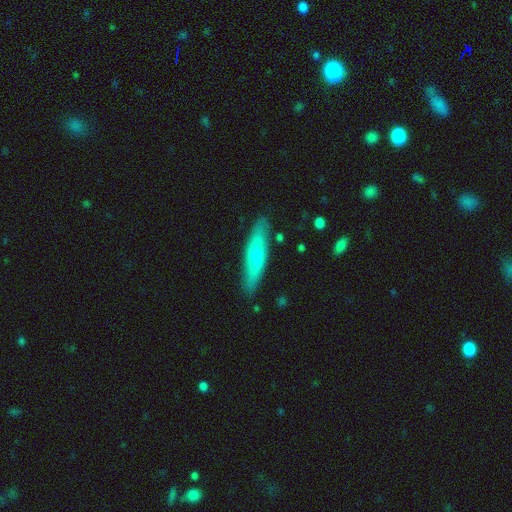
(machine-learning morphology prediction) Smooth or featured?
  - smooth: 56% *
  - featured or disk: 39%
  - star or artifact: 5%
How rounded?
  - cigar-shaped: 71% *
  - in between: 27%
  - round: 2%
Merging?
  - none: 83% *
  - minor disturbance: 13%
  - major disturbance: 3%
  - merger: 2%